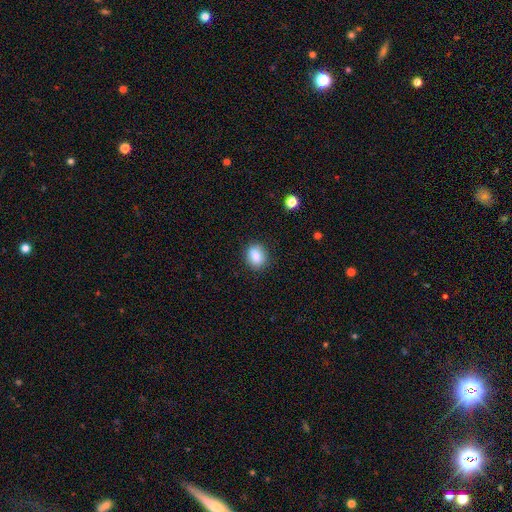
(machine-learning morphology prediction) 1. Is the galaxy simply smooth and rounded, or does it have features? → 86% smooth, 9% star or artifact, 5% featured or disk.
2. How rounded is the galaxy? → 58% in between, 40% round, 2% cigar-shaped.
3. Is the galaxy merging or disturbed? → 83% none, 12% minor disturbance, 3% major disturbance, 2% merger.